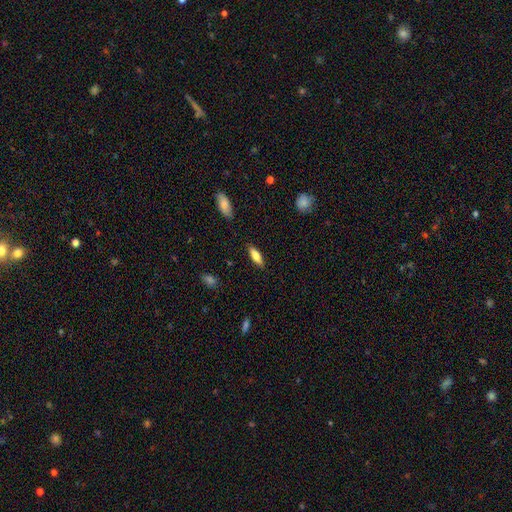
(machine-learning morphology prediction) smooth-or-featured: smooth: 75% | featured or disk: 18% | star or artifact: 7%
  how-rounded: in between: 55% | cigar-shaped: 43% | round: 2%
  merging: none: 87% | minor disturbance: 10% | major disturbance: 2% | merger: 1%